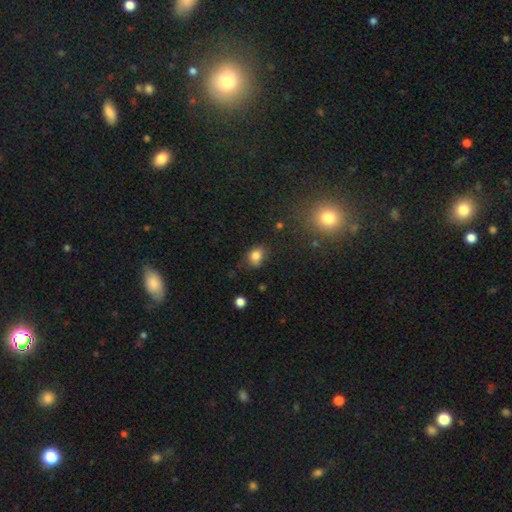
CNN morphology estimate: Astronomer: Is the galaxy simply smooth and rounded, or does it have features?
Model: smooth — 81%.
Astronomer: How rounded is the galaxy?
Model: in between — 53% (runner-up: round, 46%).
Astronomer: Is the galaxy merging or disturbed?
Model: none — 65%.